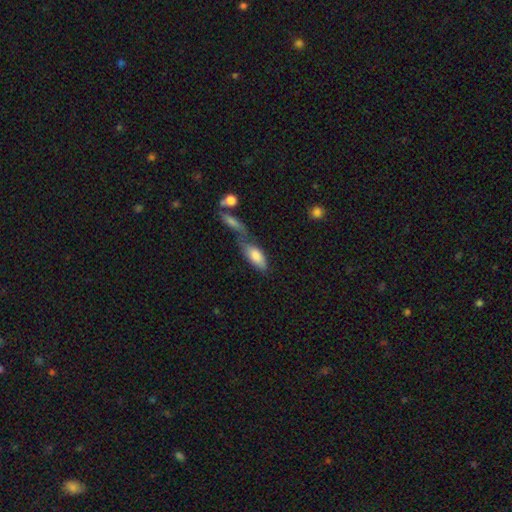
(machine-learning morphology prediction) type=smooth (79%); roundness=in between (82%); merging=merger (44%).